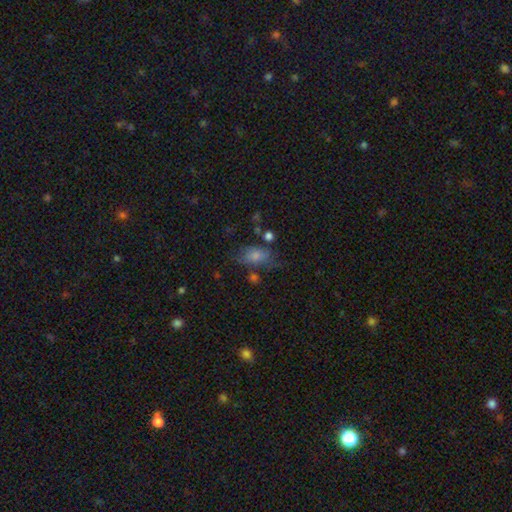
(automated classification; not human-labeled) Smooth or featured?
  - smooth: 76% *
  - featured or disk: 14%
  - star or artifact: 9%
How rounded?
  - in between: 86% *
  - round: 9%
  - cigar-shaped: 4%
Merging?
  - none: 50% *
  - minor disturbance: 26%
  - major disturbance: 14%
  - merger: 9%